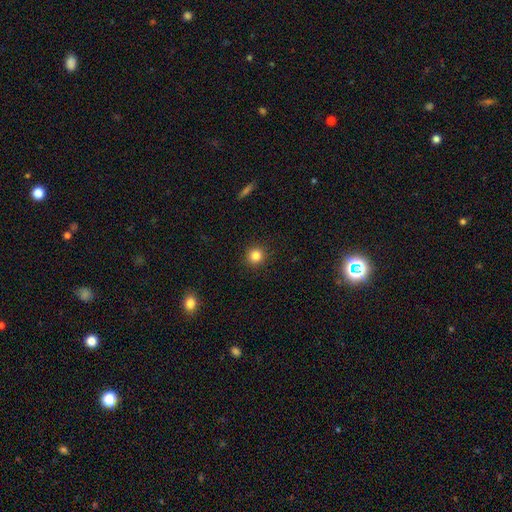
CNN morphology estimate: smooth 84%, star or artifact 12%, featured or disk 5%. Down the decision tree: how rounded — round (94%); merging — none (92%).